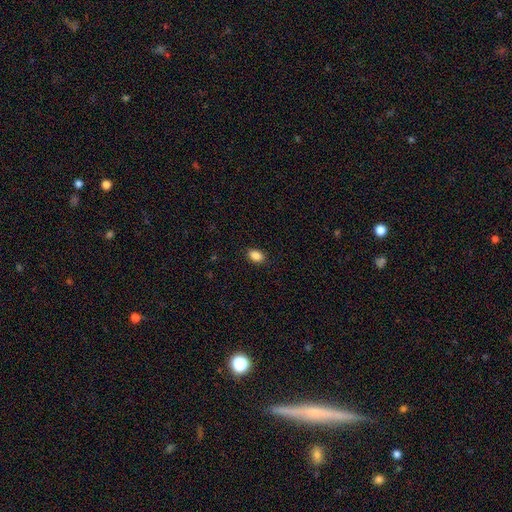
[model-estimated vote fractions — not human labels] smooth-or-featured: smooth: 88% | star or artifact: 8% | featured or disk: 4%
  how-rounded: in between: 82% | round: 16% | cigar-shaped: 1%
  merging: none: 89% | minor disturbance: 8% | major disturbance: 2% | merger: 1%